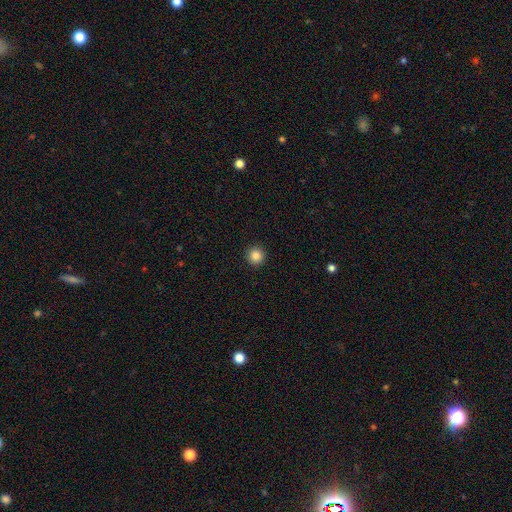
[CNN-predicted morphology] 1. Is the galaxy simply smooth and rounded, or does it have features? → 86% smooth, 10% star or artifact, 4% featured or disk.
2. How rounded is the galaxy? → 96% round, 3% in between, 1% cigar-shaped.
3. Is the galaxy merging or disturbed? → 93% none, 4% minor disturbance, 2% major disturbance, 1% merger.